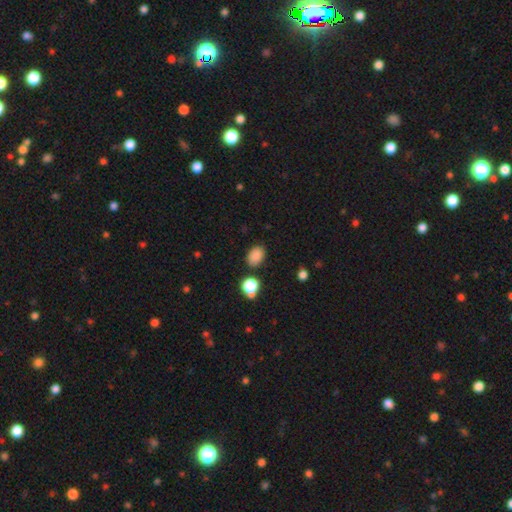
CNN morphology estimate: This is clearly a smooth galaxy (84%). How rounded: likely in between (72%). Merging: clearly none (80%).